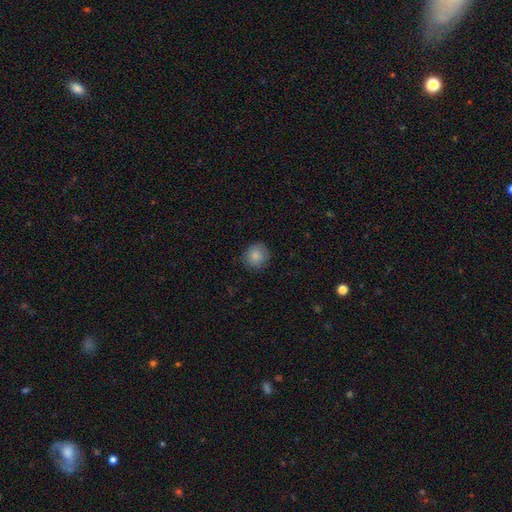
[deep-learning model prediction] Smooth or featured?
  - smooth: 85% *
  - star or artifact: 9%
  - featured or disk: 6%
How rounded?
  - round: 88% *
  - in between: 11%
  - cigar-shaped: 1%
Merging?
  - none: 84% *
  - minor disturbance: 13%
  - major disturbance: 3%
  - merger: 1%